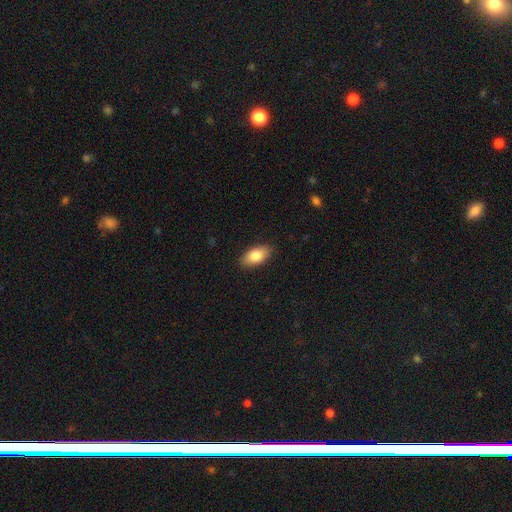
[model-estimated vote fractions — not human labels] smooth 83%, featured or disk 10%, star or artifact 7%. Down the decision tree: how rounded — in between (92%); merging — none (88%).